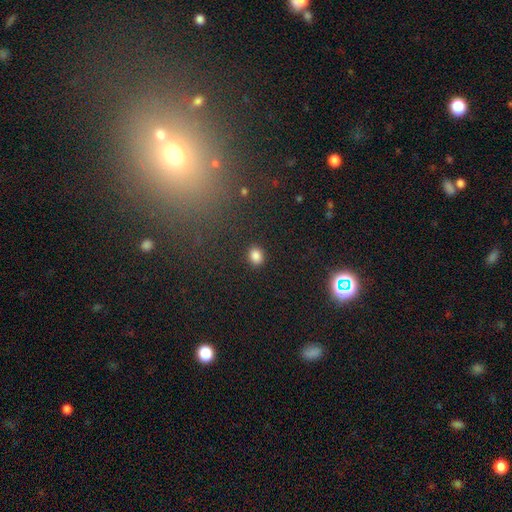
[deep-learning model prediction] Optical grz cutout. It shows a smooth galaxy with no disk features (85%) that is round (56%). Merging: none (89%).